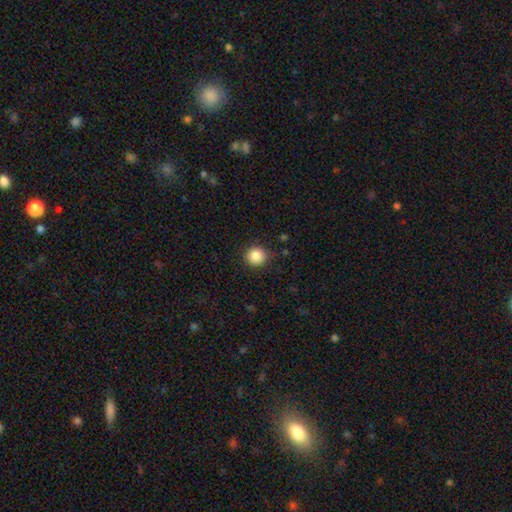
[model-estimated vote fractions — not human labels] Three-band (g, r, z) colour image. It shows a smooth galaxy with no disk features (86%) that is round (92%). Merging: none (87%).